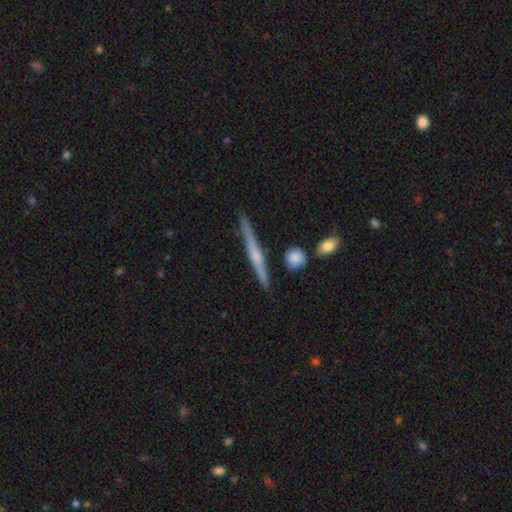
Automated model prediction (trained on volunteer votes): This appears to be a featured or disk galaxy (64%) viewed edge-on (97%) with a rounded central bulge (56%). Merging: none (85%).